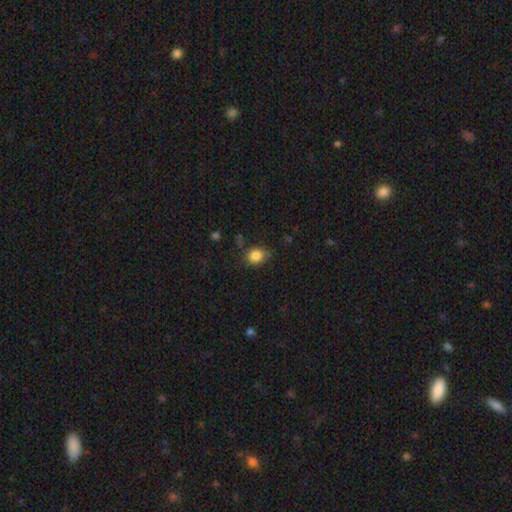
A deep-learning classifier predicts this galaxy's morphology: smooth_or_featured: smooth (p=0.84) [alt: star or artifact p=0.10]
how_rounded: round (p=0.57) [alt: in between p=0.42]
merging: none (p=0.69) [alt: minor disturbance p=0.22]